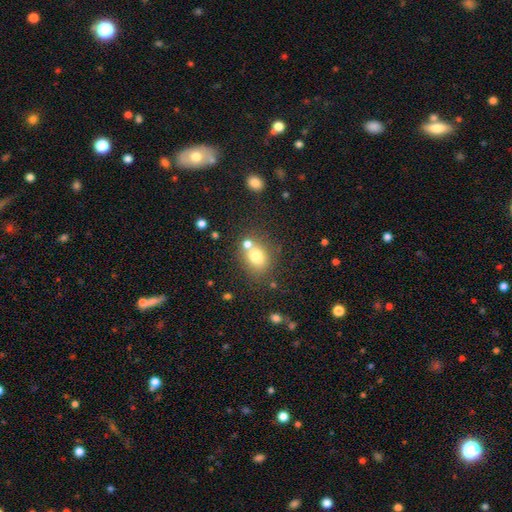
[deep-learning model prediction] Smooth or featured?
  - smooth: 74% *
  - featured or disk: 14%
  - star or artifact: 12%
How rounded?
  - in between: 53% *
  - round: 46%
  - cigar-shaped: 1%
Merging?
  - none: 54% *
  - merger: 28%
  - minor disturbance: 13%
  - major disturbance: 5%